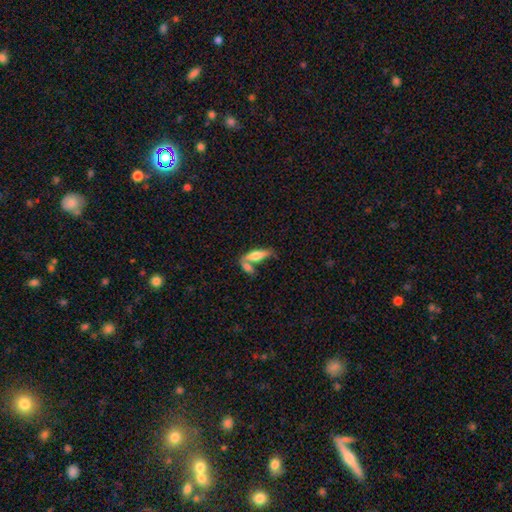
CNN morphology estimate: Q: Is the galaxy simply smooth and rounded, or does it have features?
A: smooth — 60%.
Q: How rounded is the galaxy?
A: cigar-shaped — 54%.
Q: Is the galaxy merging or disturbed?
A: merger — 43%.